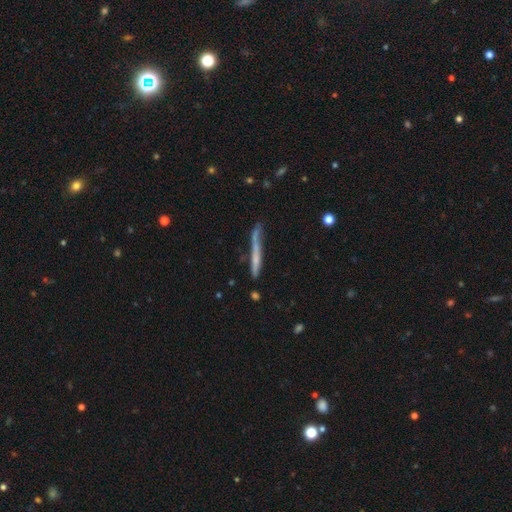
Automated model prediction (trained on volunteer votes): smooth_or_featured: smooth (p=0.47) [alt: featured or disk p=0.45]
merging: none (p=0.63) [alt: minor disturbance p=0.23]